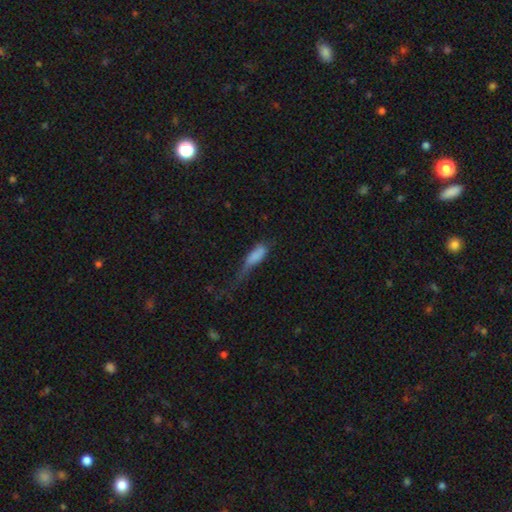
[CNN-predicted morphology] The model was most divided on "how rounded": in between: 57%, cigar-shaped: 39%, round: 4%. Remaining: smooth or featured — smooth (74%); merging — major disturbance (46%).